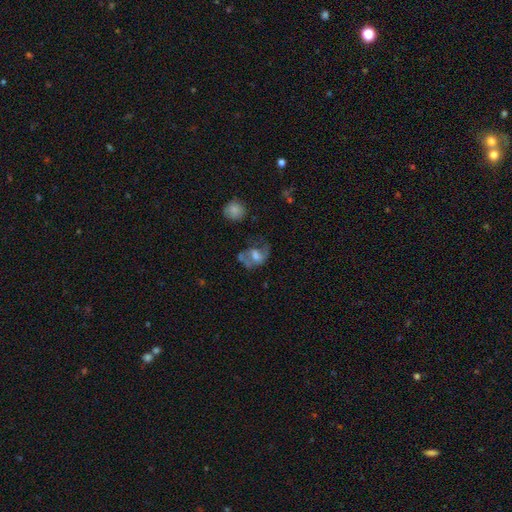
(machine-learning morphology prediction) A featured or disk galaxy (57%) with no bar (47%), spiral arms (69%) and a moderate central bulge (47%).

Vote fractions:
- Smooth or featured? featured or disk: 57% / smooth: 34% / star or artifact: 9%
- Edge-on disk? no: 97% / yes: 3%
- Bar? no: 47% / weak: 40% / strong: 13%
- Spiral arms? yes: 69% / no: 31%
- Bulge size? moderate: 47% / small: 20% / large: 19% / none: 11% / dominant: 2%
- Merging? none: 39% / major disturbance: 29% / minor disturbance: 22% / merger: 10%